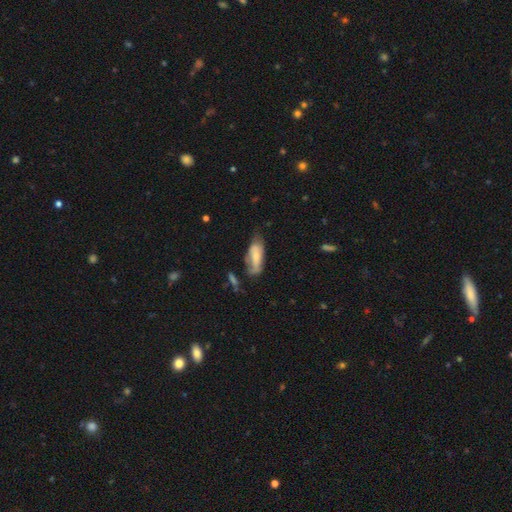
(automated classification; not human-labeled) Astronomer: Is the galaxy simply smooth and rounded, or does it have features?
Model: smooth — 62%.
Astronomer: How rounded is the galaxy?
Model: in between — 78%.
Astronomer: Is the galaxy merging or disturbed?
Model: none — 41% (runner-up: minor disturbance, 36%).